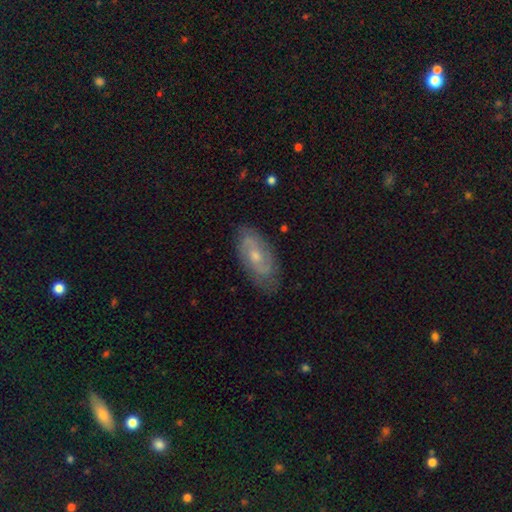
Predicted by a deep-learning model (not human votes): Smooth or featured? featured or disk (69%)
Edge-on disk? no (91%)
Bar? no (56%)
Spiral arms? yes (85%)
Spiral winding? medium (42%)
Spiral arm count? 2 (68%)
Bulge size? moderate (54%)
Merging? none (78%)